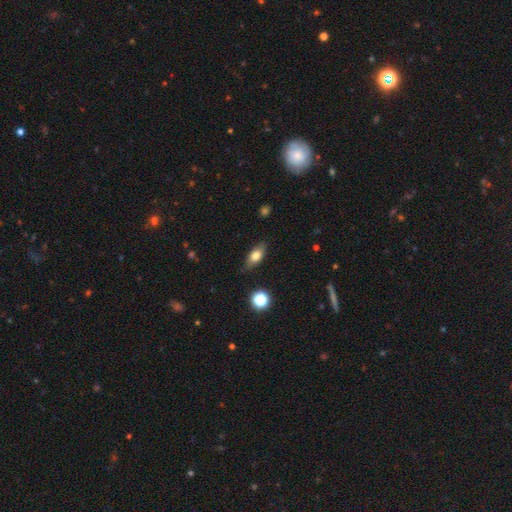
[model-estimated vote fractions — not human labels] Smooth or featured? smooth (74%)
How rounded? in between (79%)
Merging? none (82%)